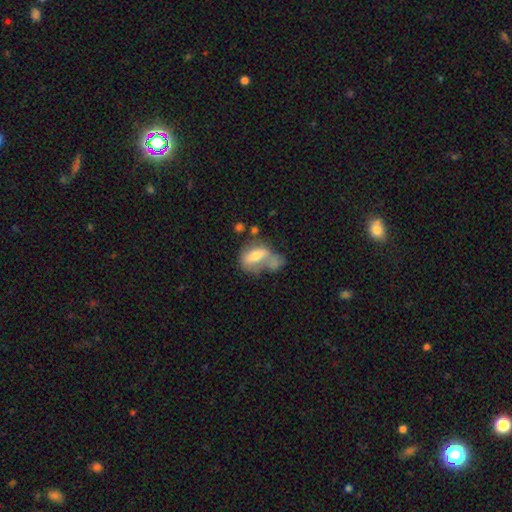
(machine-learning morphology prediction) Smooth or featured?
  - smooth: 56% *
  - featured or disk: 36%
  - star or artifact: 9%
How rounded?
  - in between: 79% *
  - round: 15%
  - cigar-shaped: 6%
Merging?
  - merger: 38% *
  - none: 24%
  - major disturbance: 20%
  - minor disturbance: 18%